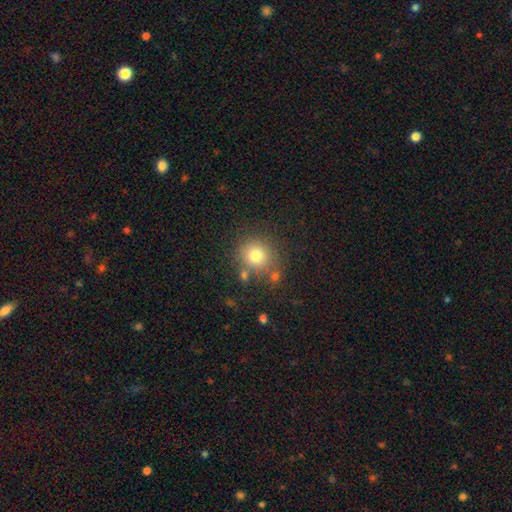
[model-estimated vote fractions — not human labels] This is likely a smooth galaxy (77%). How rounded: clearly round (87%). Merging: likely none (73%).